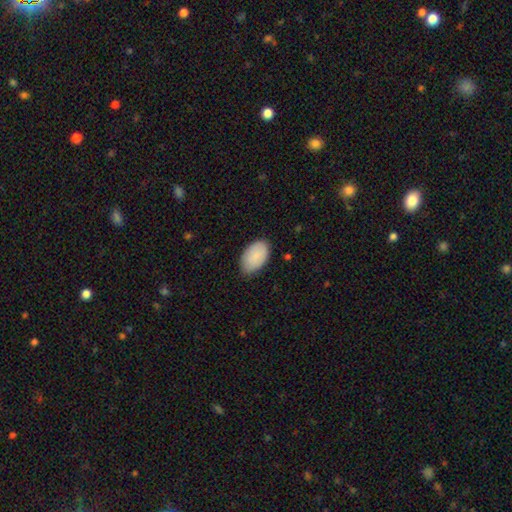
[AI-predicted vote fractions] The model was most divided on "merging": none: 75%, minor disturbance: 21%, major disturbance: 3%, merger: 1%. More confident: how rounded — in between (94%); smooth or featured — smooth (88%).